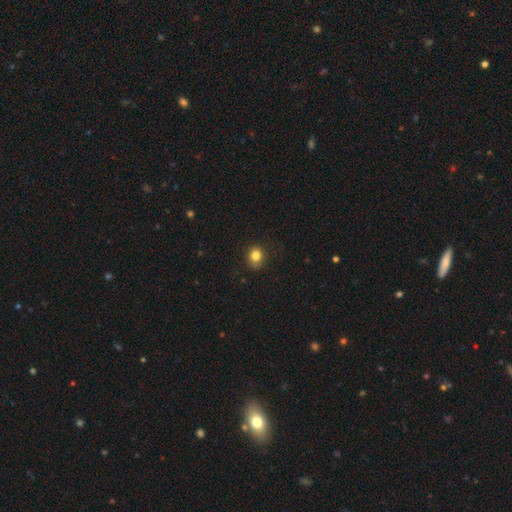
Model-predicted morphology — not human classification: Smooth or featured?
  - smooth: 82% *
  - star or artifact: 12%
  - featured or disk: 6%
How rounded?
  - round: 78% *
  - in between: 21%
  - cigar-shaped: 1%
Merging?
  - none: 81% *
  - minor disturbance: 14%
  - major disturbance: 3%
  - merger: 1%